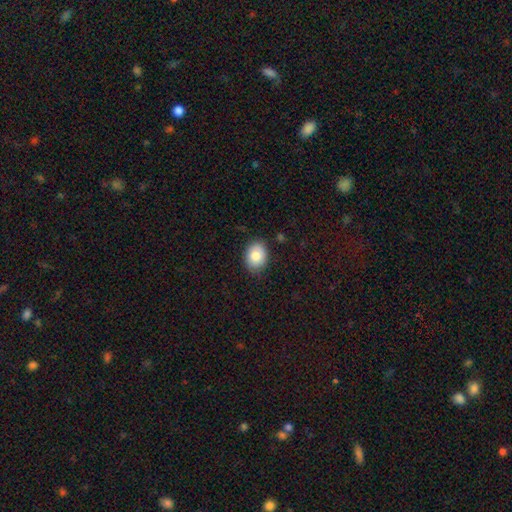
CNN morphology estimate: smooth 83%, featured or disk 10%, star or artifact 8%. Down the decision tree: how rounded — in between (62%); merging — none (82%).